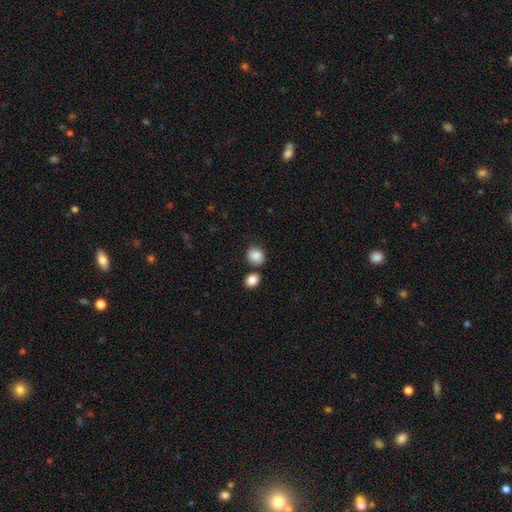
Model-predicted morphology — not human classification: The model was most divided on "how rounded": round: 65%, in between: 34%, cigar-shaped: 1%. More confident: smooth or featured — smooth (87%); merging — none (68%).